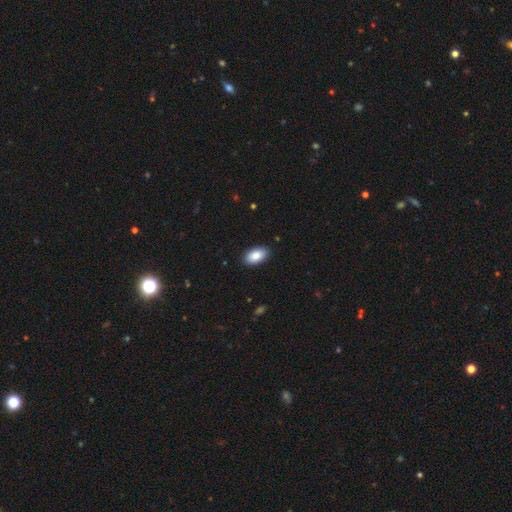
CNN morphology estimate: Overall: smooth (87%). How rounded: in between (95%). Merging: none (89%).